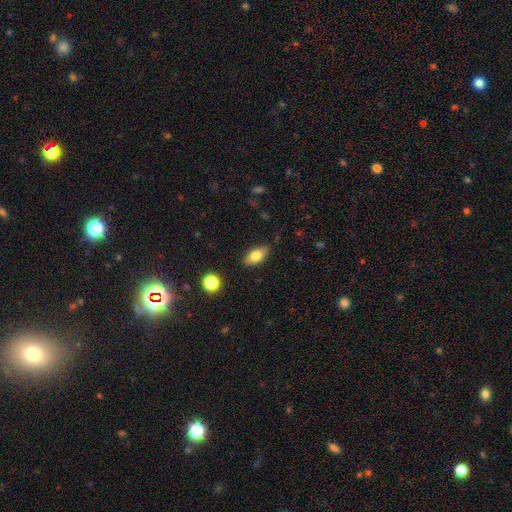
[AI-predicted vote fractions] This appears to be a smooth galaxy with no disk features (78%) that is in between round and cigar-shaped (88%). Merging: none (83%).